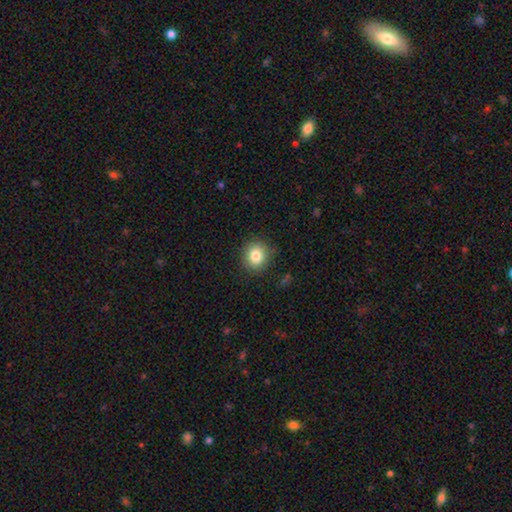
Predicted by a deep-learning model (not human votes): Smooth or featured?
  - smooth: 82% *
  - star or artifact: 10%
  - featured or disk: 8%
How rounded?
  - round: 80% *
  - in between: 19%
  - cigar-shaped: 1%
Merging?
  - none: 86% *
  - minor disturbance: 10%
  - major disturbance: 3%
  - merger: 1%